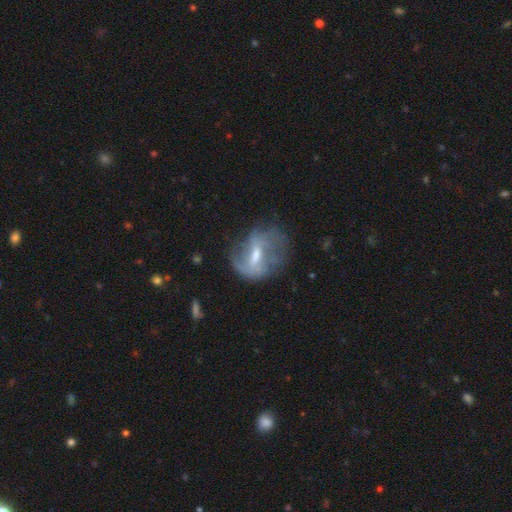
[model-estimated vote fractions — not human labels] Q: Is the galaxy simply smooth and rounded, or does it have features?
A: featured or disk — 65%.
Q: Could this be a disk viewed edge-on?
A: no — 95%.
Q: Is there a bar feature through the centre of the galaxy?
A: weak — 52%.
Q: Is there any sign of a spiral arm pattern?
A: yes — 61%.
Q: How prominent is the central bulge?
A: moderate — 52%.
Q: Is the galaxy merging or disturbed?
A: none — 47%.